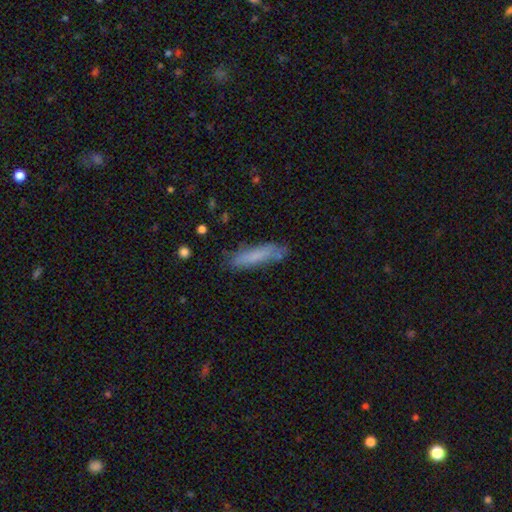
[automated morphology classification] Q: Smooth or featured?
A: smooth (73%); runner-up: featured or disk (19%)
Q: How rounded?
A: cigar-shaped (80%); runner-up: in between (19%)
Q: Merging?
A: none (76%); runner-up: minor disturbance (17%)